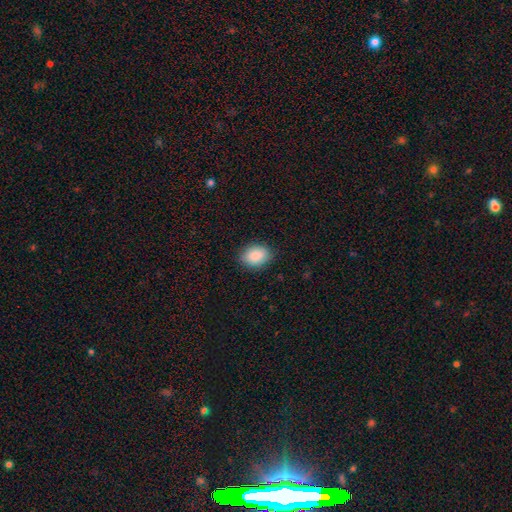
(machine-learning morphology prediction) A smooth galaxy with no disk features (89%) that is in between round and cigar-shaped (70%).

Vote fractions:
- Smooth or featured? smooth: 89% / star or artifact: 7% / featured or disk: 4%
- How rounded? in between: 70% / round: 29% / cigar-shaped: 1%
- Merging? none: 87% / minor disturbance: 10% / major disturbance: 3% / merger: 1%